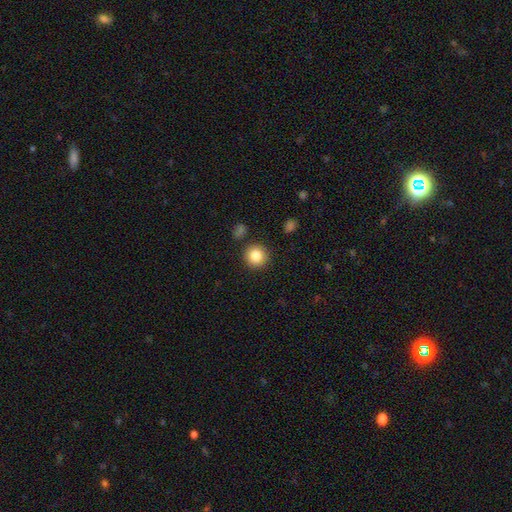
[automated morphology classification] type=smooth (85%); roundness=round (92%); merging=none (88%).